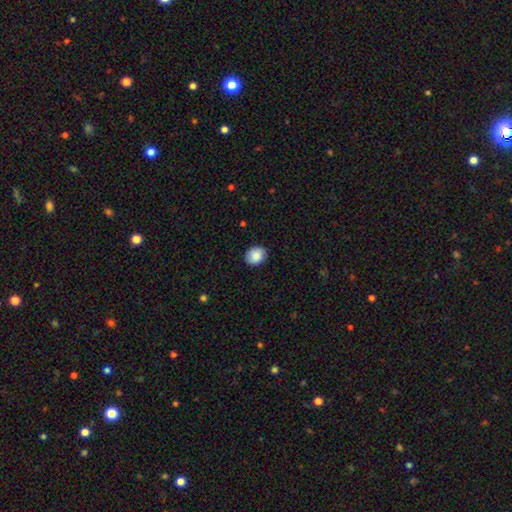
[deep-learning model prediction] Smooth or featured?
  - smooth: 88% *
  - star or artifact: 8%
  - featured or disk: 5%
How rounded?
  - round: 56% *
  - in between: 43%
  - cigar-shaped: 1%
Merging?
  - none: 87% *
  - minor disturbance: 10%
  - major disturbance: 2%
  - merger: 1%